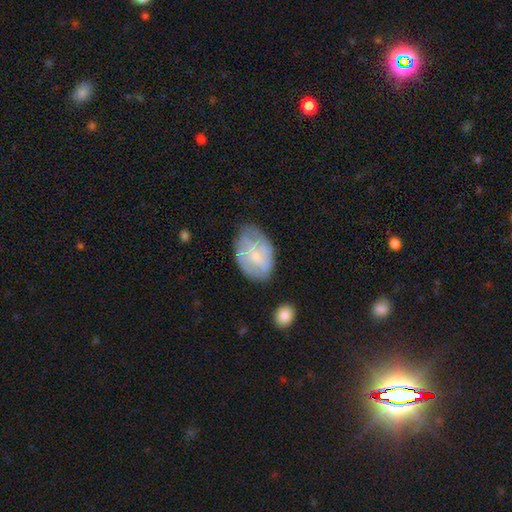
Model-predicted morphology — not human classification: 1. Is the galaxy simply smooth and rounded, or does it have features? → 54% featured or disk, 38% smooth, 8% star or artifact.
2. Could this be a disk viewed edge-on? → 96% no, 4% yes.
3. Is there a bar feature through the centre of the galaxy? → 63% no, 31% weak, 6% strong.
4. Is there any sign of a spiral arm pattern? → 58% yes, 42% no.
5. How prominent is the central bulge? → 53% small, 24% moderate, 20% none, 2% large, 1% dominant.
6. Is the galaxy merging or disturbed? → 55% none, 29% minor disturbance, 13% major disturbance, 3% merger.